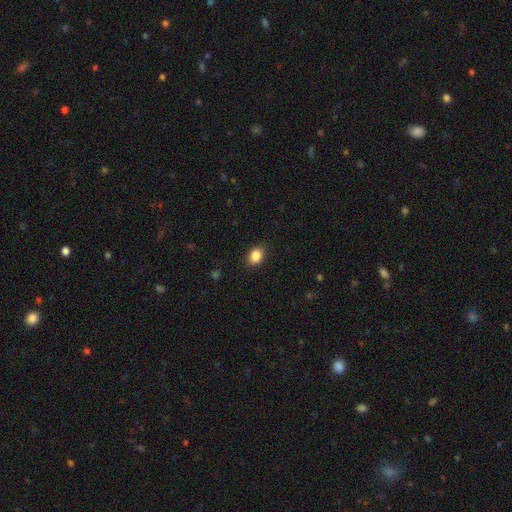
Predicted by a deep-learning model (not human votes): smooth_or_featured: smooth (p=0.87) [alt: star or artifact p=0.09]
how_rounded: in between (p=0.58) [alt: round p=0.41]
merging: none (p=0.87) [alt: minor disturbance p=0.10]